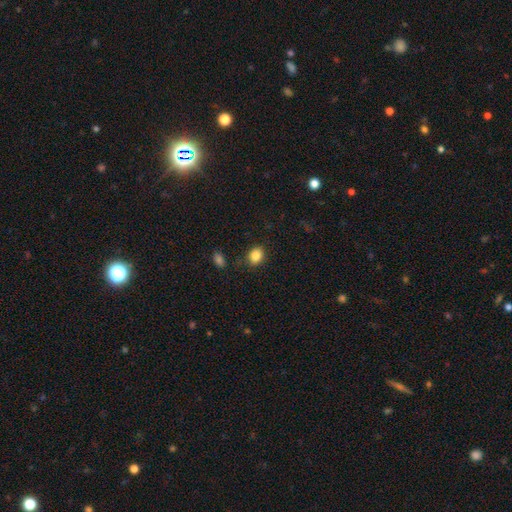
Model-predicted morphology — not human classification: Smooth or featured: smooth — 85% (star or artifact — 9%)
How rounded: in between — 55% (round — 44%)
Merging: none — 82% (minor disturbance — 12%)